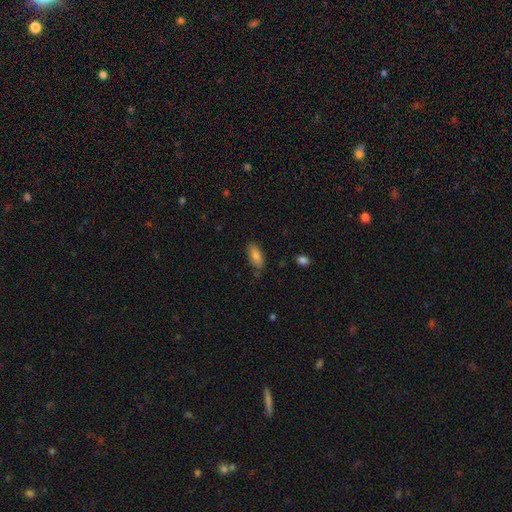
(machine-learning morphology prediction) Smooth or featured?
  - smooth: 83% *
  - featured or disk: 10%
  - star or artifact: 8%
How rounded?
  - in between: 81% *
  - cigar-shaped: 17%
  - round: 2%
Merging?
  - none: 79% *
  - minor disturbance: 16%
  - major disturbance: 3%
  - merger: 2%